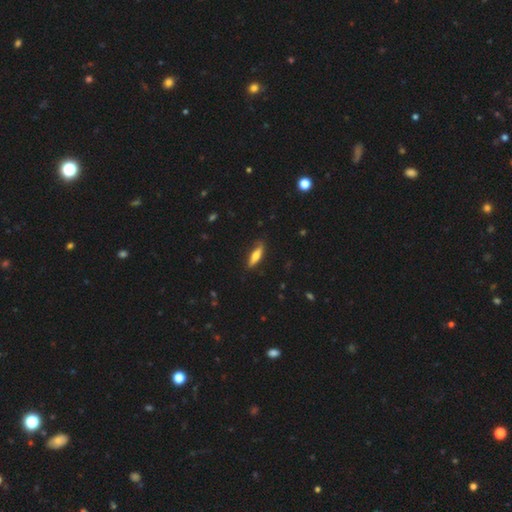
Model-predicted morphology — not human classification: smooth_or_featured: smooth (p=0.65) [alt: featured or disk p=0.29]
how_rounded: cigar-shaped (p=0.65) [alt: in between p=0.33]
merging: none (p=0.82) [alt: minor disturbance p=0.14]